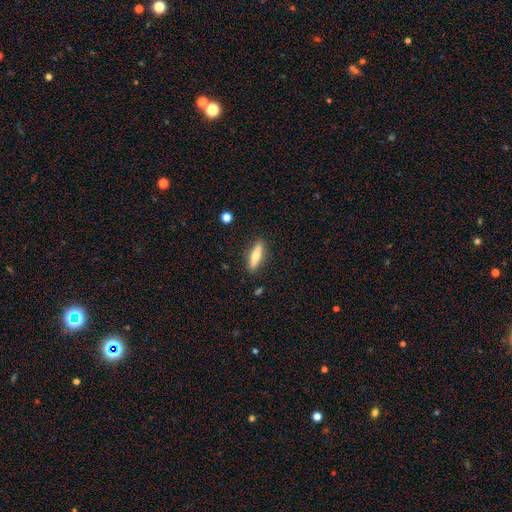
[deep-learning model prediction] Smooth or featured?
  - smooth: 61% *
  - featured or disk: 32%
  - star or artifact: 6%
How rounded?
  - cigar-shaped: 67% *
  - in between: 31%
  - round: 2%
Merging?
  - none: 88% *
  - minor disturbance: 9%
  - major disturbance: 2%
  - merger: 1%